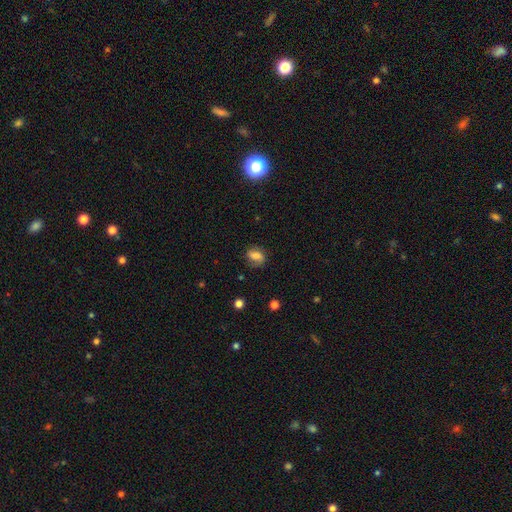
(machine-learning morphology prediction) Q: Smooth or featured?
A: smooth (64%); runner-up: featured or disk (25%)
Q: How rounded?
A: in between (69%); runner-up: round (27%)
Q: Merging?
A: none (67%); runner-up: minor disturbance (22%)